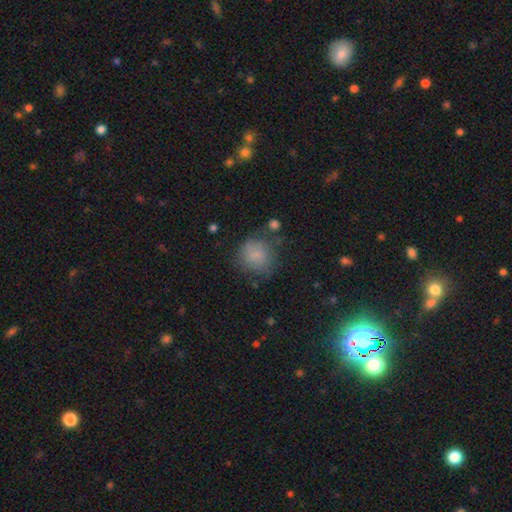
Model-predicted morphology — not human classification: A smooth galaxy with no disk features (76%) that is round (82%). Merging: none (62%).